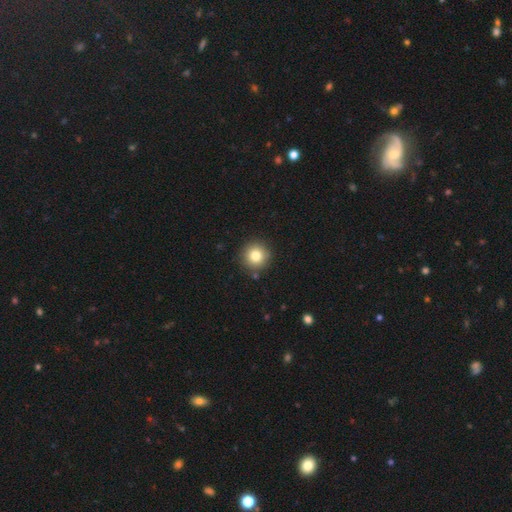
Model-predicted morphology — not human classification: smooth 81%, star or artifact 11%, featured or disk 8%. Down the decision tree: how rounded — round (95%); merging — none (89%).